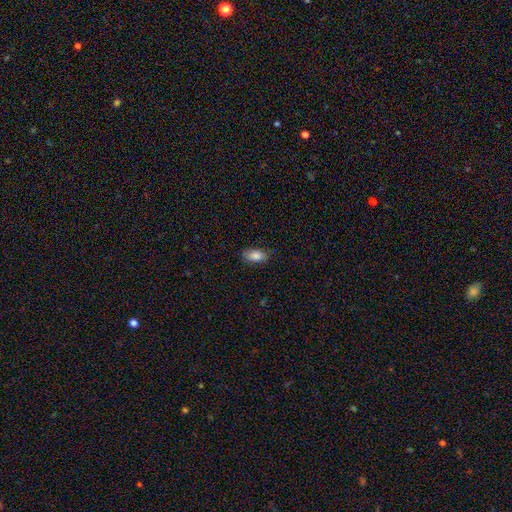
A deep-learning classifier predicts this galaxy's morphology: type=smooth (86%); roundness=in between (91%); merging=none (78%).